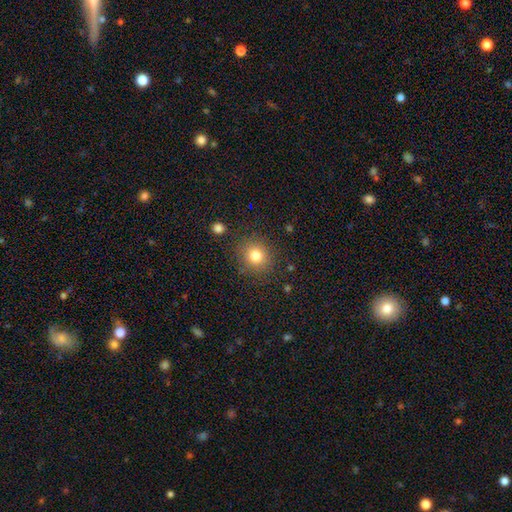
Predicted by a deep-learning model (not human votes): Morphology: type=smooth (80%); roundness=round (83%); merging=none (85%).